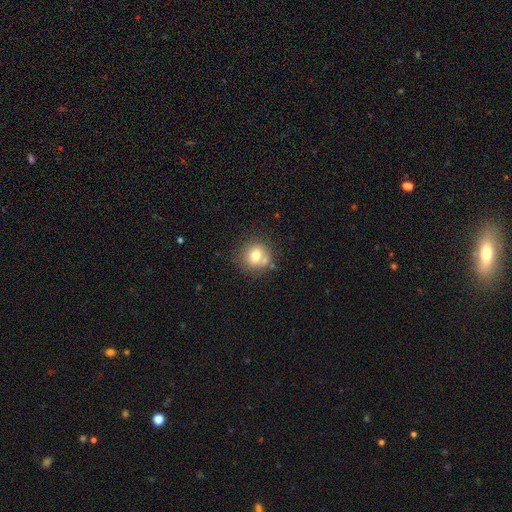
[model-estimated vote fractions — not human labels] This is likely a smooth galaxy (72%). How rounded: clearly round (85%). Merging: likely none (67%).